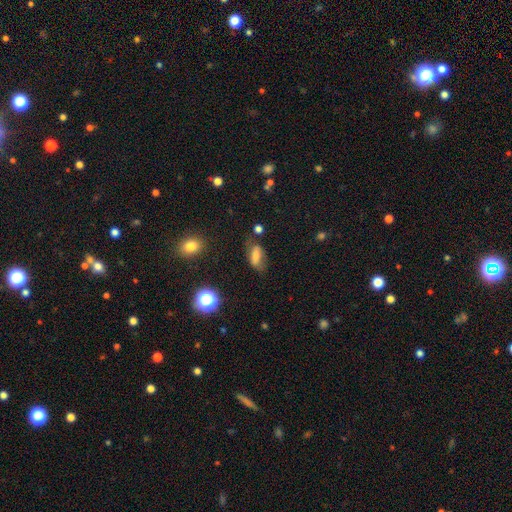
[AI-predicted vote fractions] smooth 63%, featured or disk 24%, star or artifact 13%. Down the decision tree: how rounded — in between (79%); merging — none (61%).